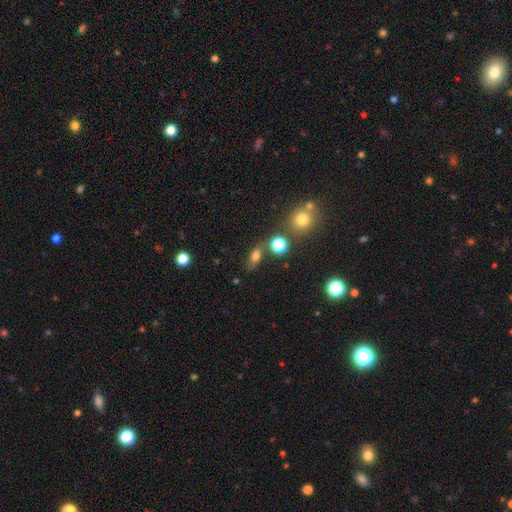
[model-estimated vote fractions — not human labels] smooth_or_featured: smooth (p=0.68) [alt: star or artifact p=0.17]
how_rounded: in between (p=0.64) [alt: round p=0.26]
merging: none (p=0.59) [alt: minor disturbance p=0.17]